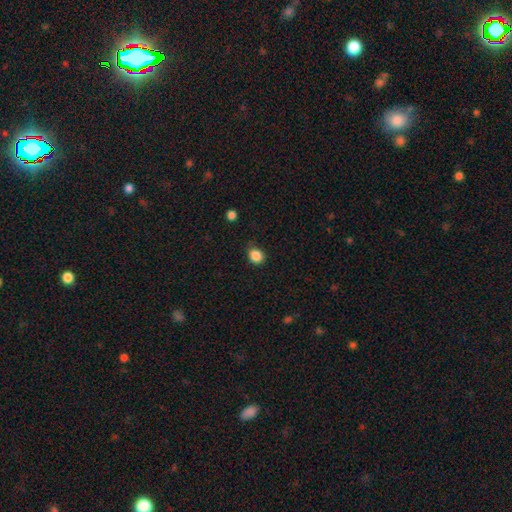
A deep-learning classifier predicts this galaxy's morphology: Smooth or featured? Predicted: smooth (p=0.86). How rounded? Predicted: round (p=0.73). Merging? Predicted: none (p=0.77).